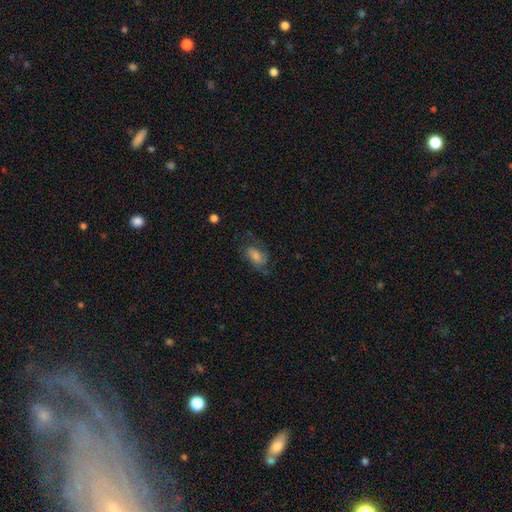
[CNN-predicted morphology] featured or disk 61%, smooth 27%, star or artifact 12%. Down the decision tree: edge-on disk — no (95%); bar — no (54%); spiral arms — yes (90%); spiral arm count — 2 (63%); spiral winding — medium (48%); bulge size — moderate (38%); merging — none (66%).